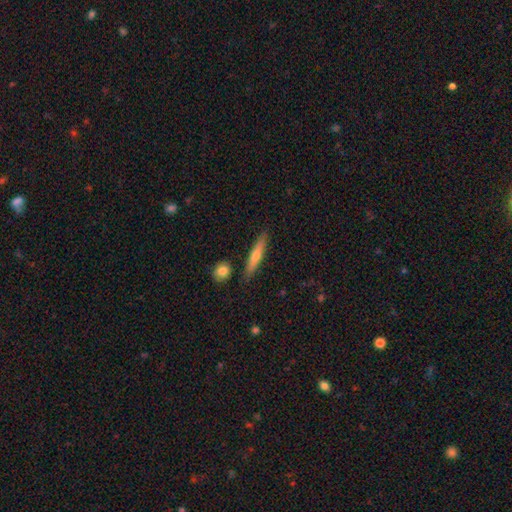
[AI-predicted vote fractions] This is possibly a featured or disk galaxy (52%). It is clearly viewed edge-on (95%). Merging: clearly none (88%).